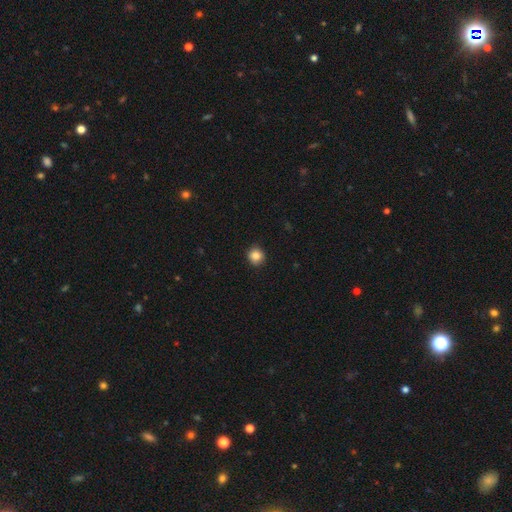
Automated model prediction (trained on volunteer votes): Morphology: type=smooth (85%); roundness=round (91%); merging=none (91%).